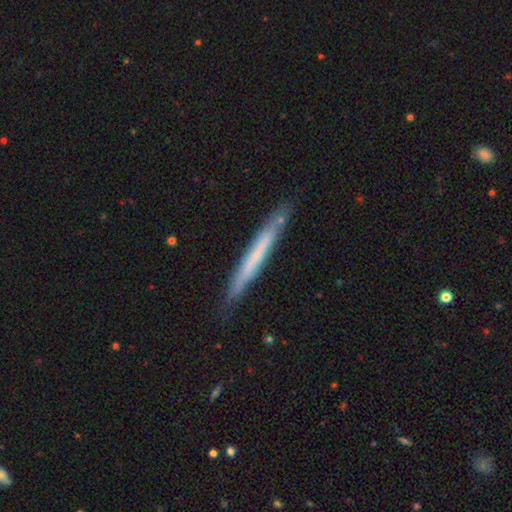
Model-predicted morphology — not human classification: type=smooth (53%); roundness=cigar-shaped (97%); merging=none (84%).